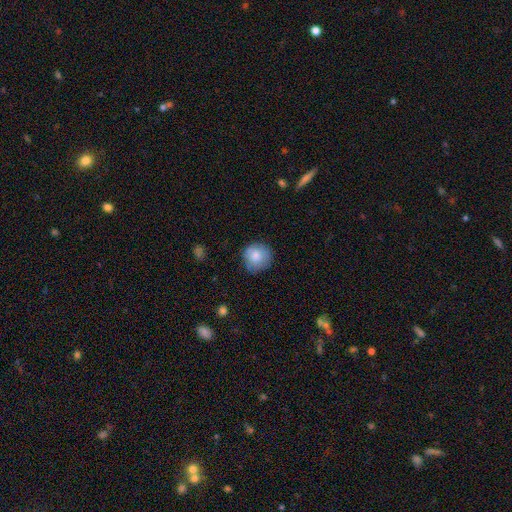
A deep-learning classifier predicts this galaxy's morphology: Smooth or featured? smooth (81%)
How rounded? round (91%)
Merging? none (75%)